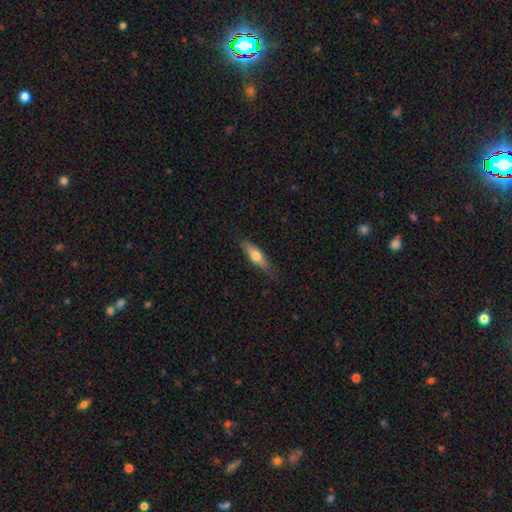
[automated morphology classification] This is likely a smooth galaxy (67%). How rounded: possibly cigar-shaped (51%). Merging: likely none (78%).